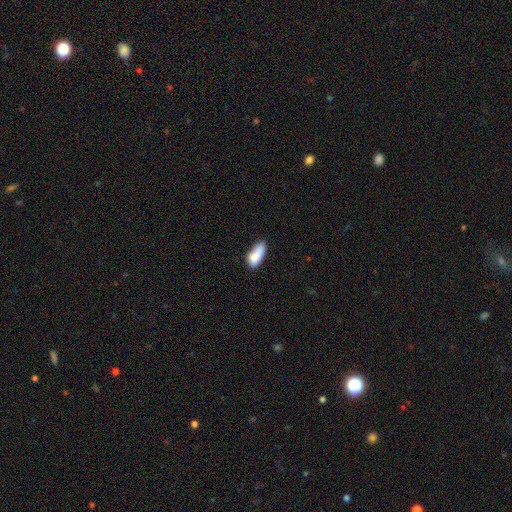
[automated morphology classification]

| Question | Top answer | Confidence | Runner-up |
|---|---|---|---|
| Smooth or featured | smooth | 82% | featured or disk (10%) |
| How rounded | in between | 81% | cigar-shaped (16%) |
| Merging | none | 52% | minor disturbance (29%) |